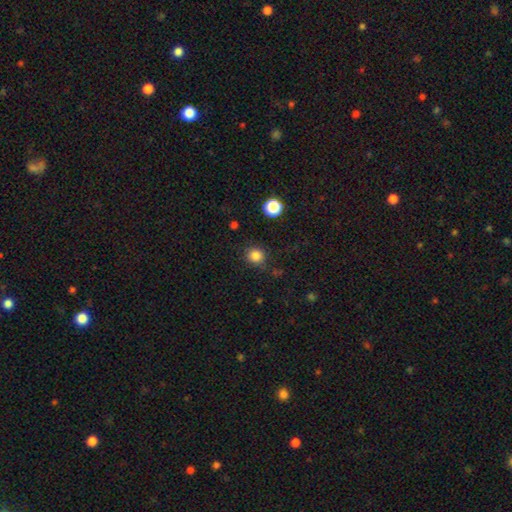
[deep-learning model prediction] Smooth or featured: smooth — 83% (star or artifact — 12%)
How rounded: round — 91% (in between — 8%)
Merging: none — 85% (minor disturbance — 10%)